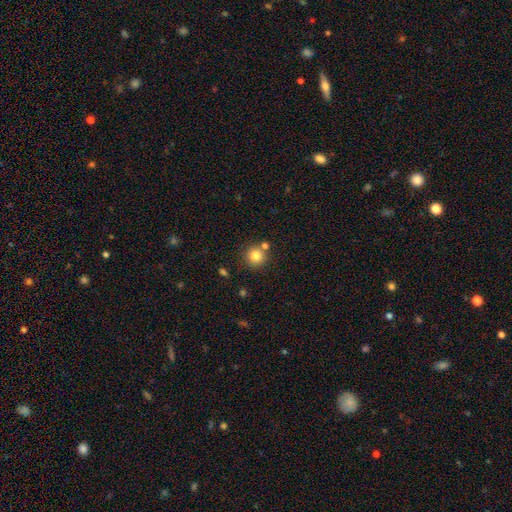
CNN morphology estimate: type=smooth (81%); roundness=round (94%); merging=none (78%).